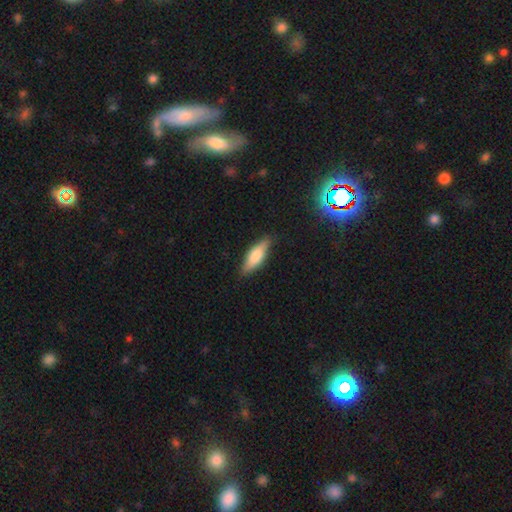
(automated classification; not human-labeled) The model was most divided on "how rounded": in between: 53%, cigar-shaped: 45%, round: 2%. More confident: merging — none (84%); smooth or featured — smooth (71%).